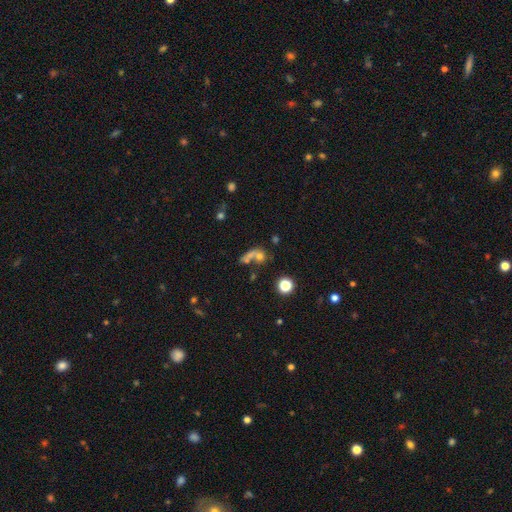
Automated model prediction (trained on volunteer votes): smooth 58%, featured or disk 22%, star or artifact 19%. Down the decision tree: how rounded — round (56%); merging — merger (47%).